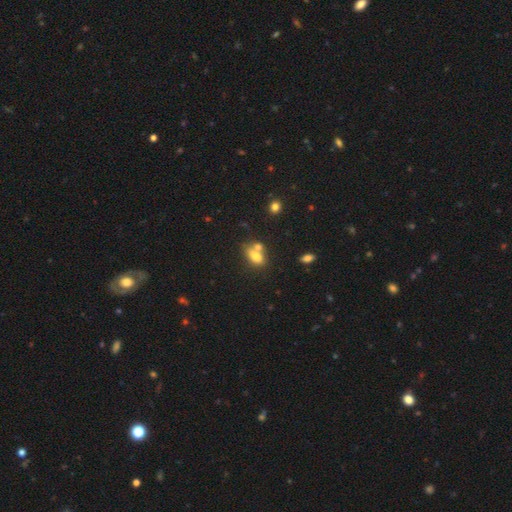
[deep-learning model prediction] Overall: smooth (74%). How rounded: in between (83%). Merging: merger (44%; none 39%).